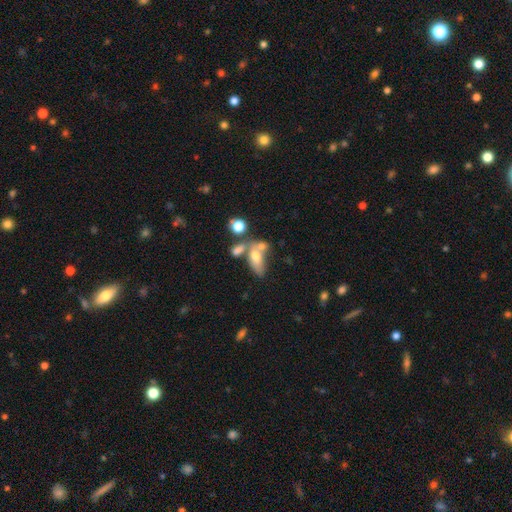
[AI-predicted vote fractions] This is likely a smooth galaxy (61%). How rounded: likely in between (79%). Merging: possibly merger (49%).